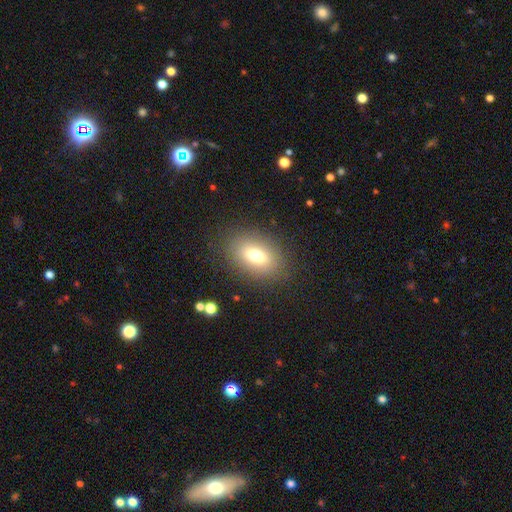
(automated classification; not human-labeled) Morphology: type=smooth (72%); roundness=in between (81%); merging=none (85%).